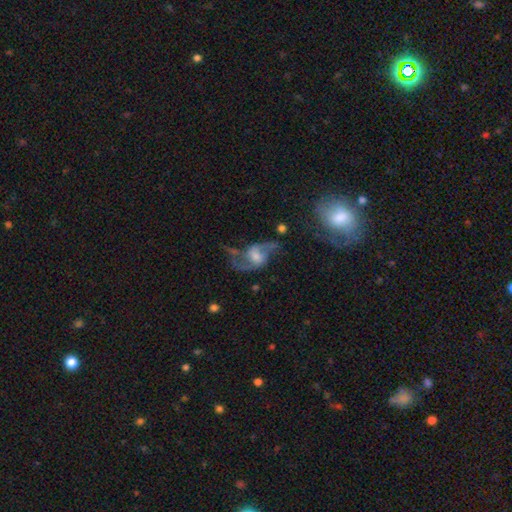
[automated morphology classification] Smooth or featured: featured or disk — 80% (smooth — 11%)
Edge-on disk: no — 96% (yes — 4%)
Bar: weak — 45% (no — 43%)
Spiral arms: yes — 91% (no — 9%)
Spiral winding: loose — 64% (medium — 30%)
Spiral arm count: 2 — 88% (can't tell — 5%)
Bulge size: moderate — 46% (small — 31%)
Merging: none — 49% (major disturbance — 26%)